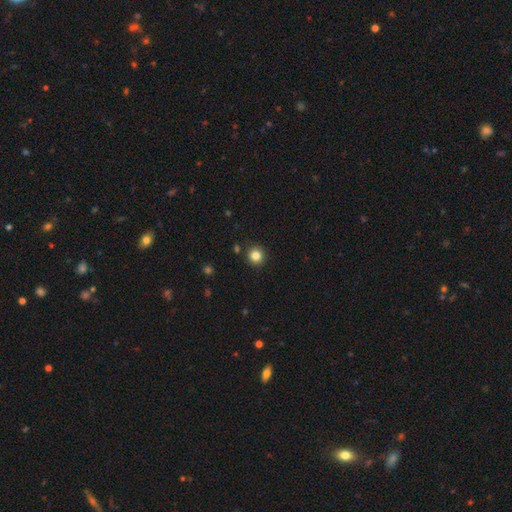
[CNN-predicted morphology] Smooth or featured? smooth (82%)
How rounded? round (94%)
Merging? none (90%)